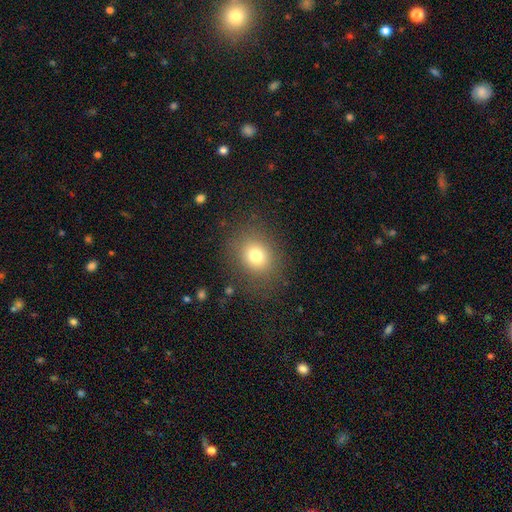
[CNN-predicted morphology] This appears to be a smooth galaxy with no disk features (76%) that is round (65%). Merging: none (82%).